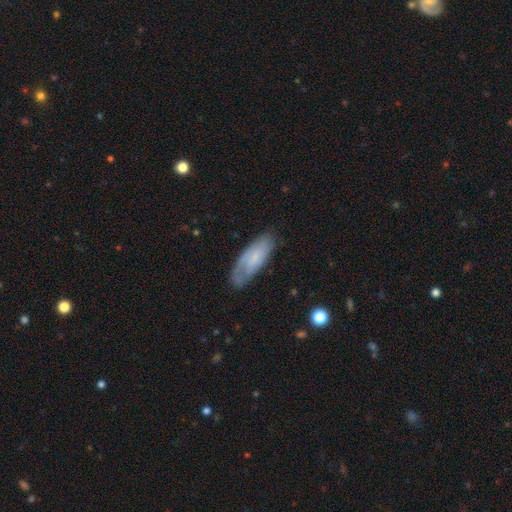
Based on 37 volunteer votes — Smooth or featured? featured or disk (51%)
Edge-on disk? no (89%)
Bar? no (53%)
Spiral arms? yes (82%)
Spiral winding? medium (50%)
Spiral arm count? 1 (36%, tied with 2)
Bulge size? small (59%)
Merging? none (68%)